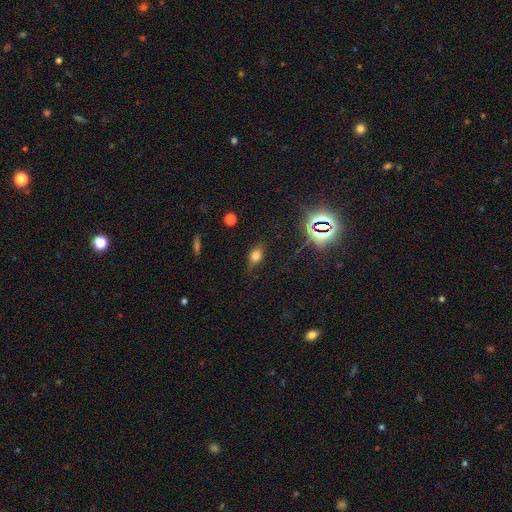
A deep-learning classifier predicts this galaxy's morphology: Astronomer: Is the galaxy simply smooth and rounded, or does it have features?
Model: smooth — 65%.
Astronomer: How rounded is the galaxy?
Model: in between — 72%.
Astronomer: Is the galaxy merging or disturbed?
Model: none — 70%.